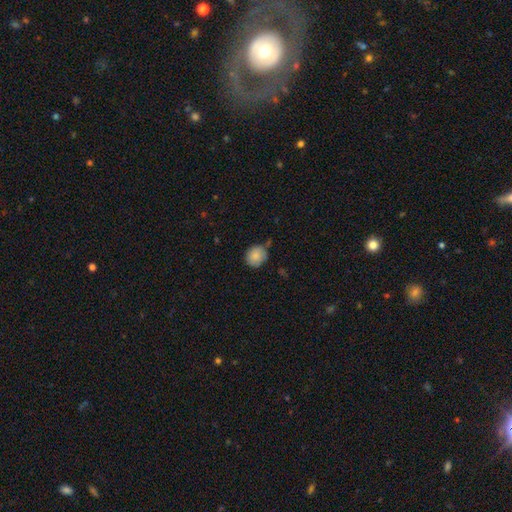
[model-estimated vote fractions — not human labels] Smooth or featured: smooth — 86% (star or artifact — 8%)
How rounded: round — 76% (in between — 23%)
Merging: none — 70% (minor disturbance — 22%)